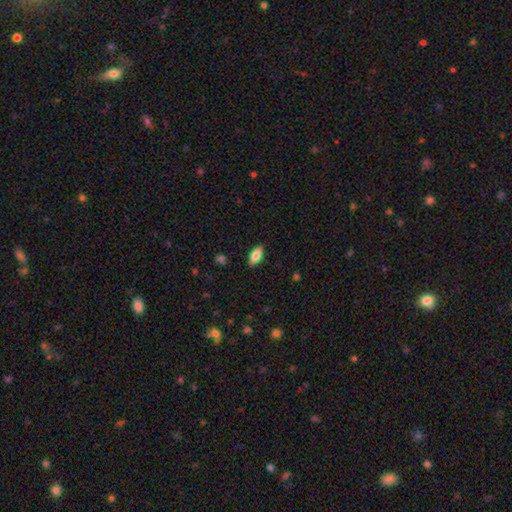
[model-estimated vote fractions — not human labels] This appears to be a smooth galaxy with no disk features (76%) that is in between round and cigar-shaped (86%). Merging: none (88%).